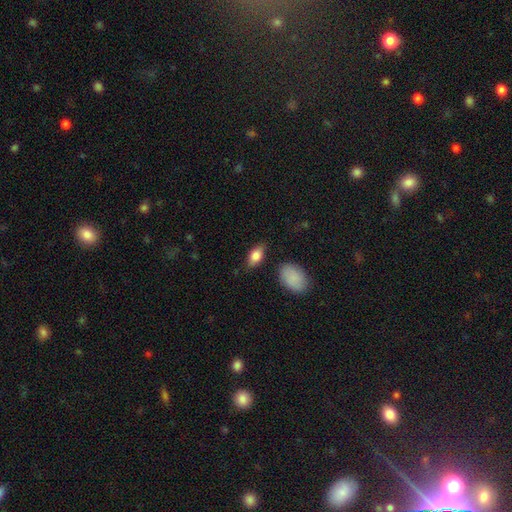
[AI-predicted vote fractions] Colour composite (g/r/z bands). It shows a smooth galaxy with no disk features (81%) that is in between round and cigar-shaped (89%). Merging: none (79%).